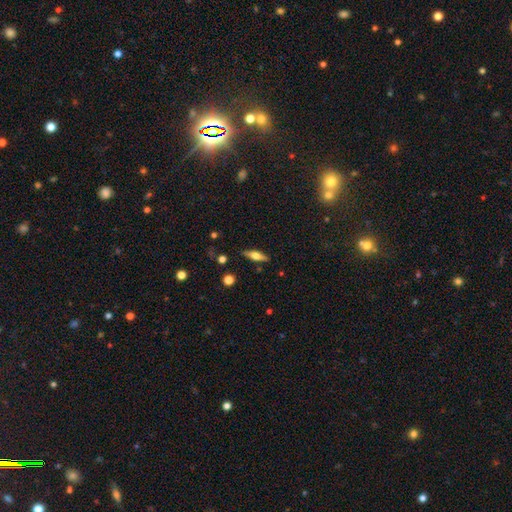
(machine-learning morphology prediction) This is possibly a featured or disk galaxy (52%). It is clearly viewed edge-on (94%). Merging: clearly none (87%).